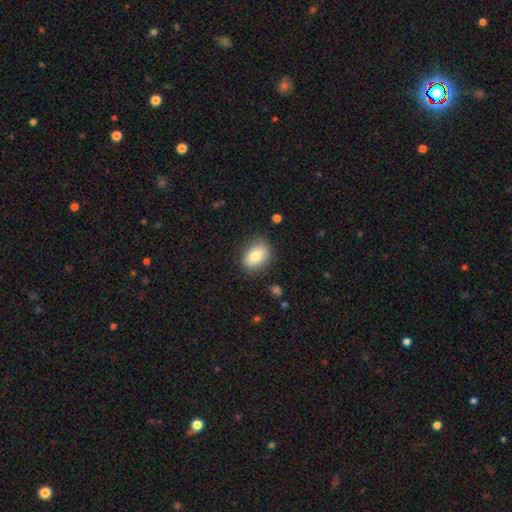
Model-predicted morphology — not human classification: Q: Smooth or featured?
A: smooth (82%); runner-up: featured or disk (10%)
Q: How rounded?
A: in between (77%); runner-up: round (22%)
Q: Merging?
A: none (83%); runner-up: minor disturbance (13%)